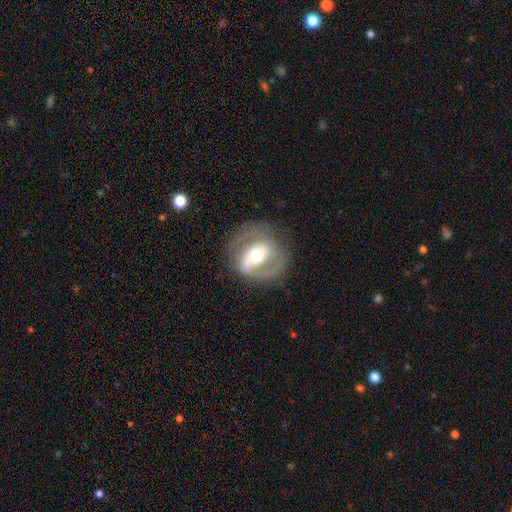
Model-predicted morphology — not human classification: Smooth or featured? featured or disk (74%)
Edge-on disk? no (96%)
Bar? weak (37%)
Spiral arms? yes (75%)
Spiral winding? medium (46%)
Spiral arm count? 2 (73%)
Bulge size? moderate (70%)
Merging? none (70%)